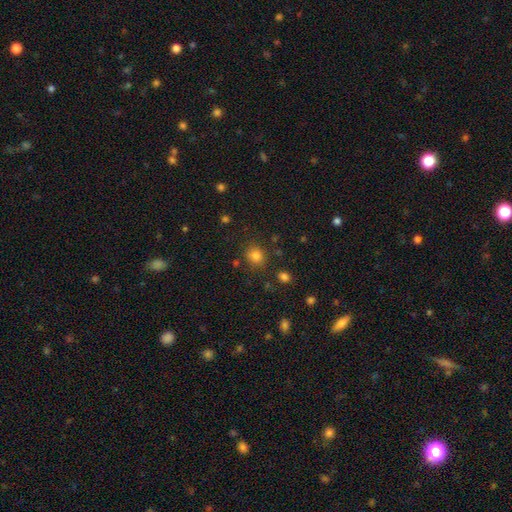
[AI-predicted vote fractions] Morphology: type=smooth (80%); roundness=round (77%); merging=none (79%).